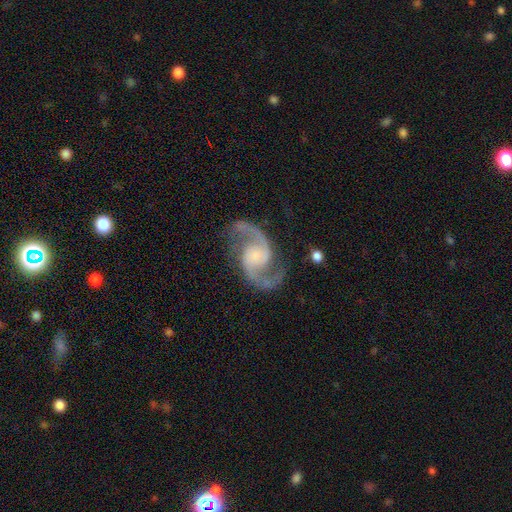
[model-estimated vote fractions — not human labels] smooth-or-featured: featured or disk: 93% | star or artifact: 4% | smooth: 3%
  disk-edge-on: no: 98% | yes: 2%
    bar: no: 55% | weak: 36% | strong: 9%
    has-spiral-arms: yes: 98% | no: 2%
      spiral-winding: medium: 55% | loose: 37% | tight: 9%
      spiral-arm-count: 2: 95% | can't tell: 1% | 1: 1% | 3: 1% | 4: 1% | more than 4: 1%
    bulge-size: small: 33% | none: 26% | moderate: 26% | large: 12% | dominant: 2%
  merging: none: 79% | minor disturbance: 13% | major disturbance: 6% | merger: 2%